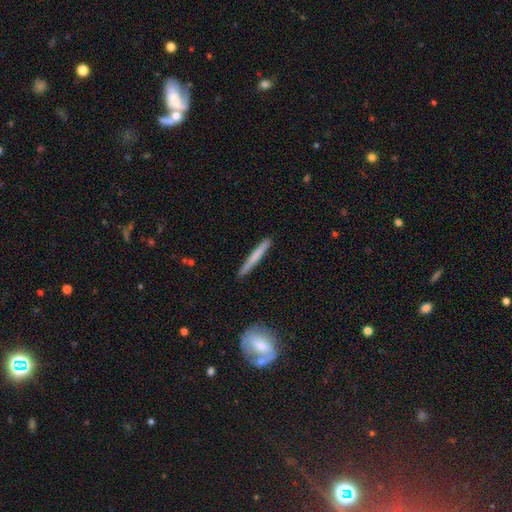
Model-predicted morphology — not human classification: This is likely a smooth galaxy (64%). How rounded: clearly cigar-shaped (97%). Merging: clearly none (91%).